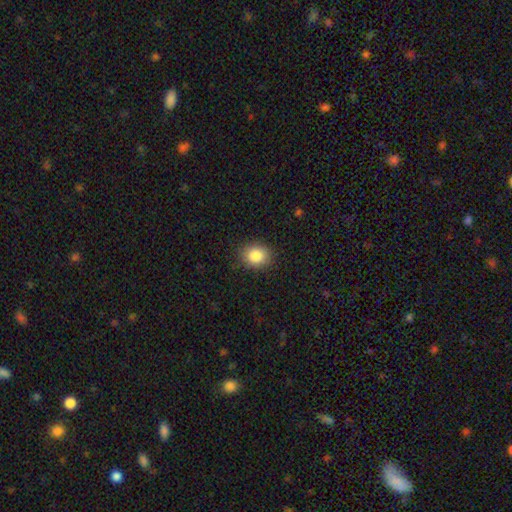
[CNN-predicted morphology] The model was most divided on "how rounded": round: 55%, in between: 44%, cigar-shaped: 1%. More confident: merging — none (88%); smooth or featured — smooth (85%).